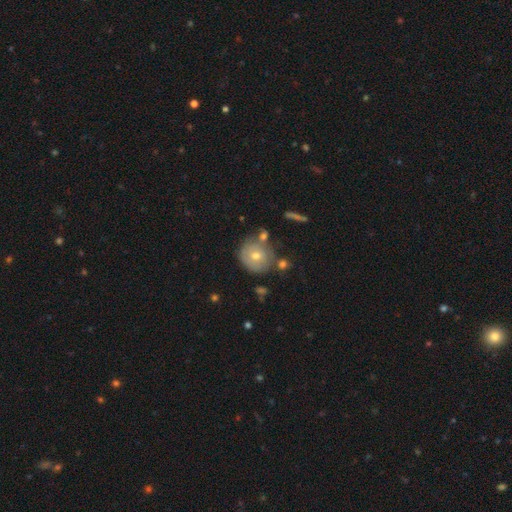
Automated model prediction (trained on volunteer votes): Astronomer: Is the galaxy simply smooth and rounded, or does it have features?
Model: smooth — 51% (runner-up: featured or disk, 37%).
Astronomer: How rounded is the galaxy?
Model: round — 86%.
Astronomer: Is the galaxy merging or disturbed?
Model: none — 68%.